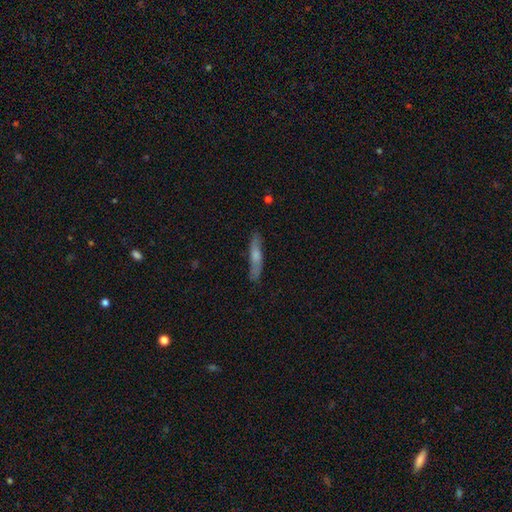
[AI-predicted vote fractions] Smooth or featured?
  - smooth: 55% *
  - featured or disk: 39%
  - star or artifact: 6%
How rounded?
  - cigar-shaped: 88% *
  - in between: 10%
  - round: 2%
Merging?
  - none: 84% *
  - minor disturbance: 12%
  - major disturbance: 2%
  - merger: 1%